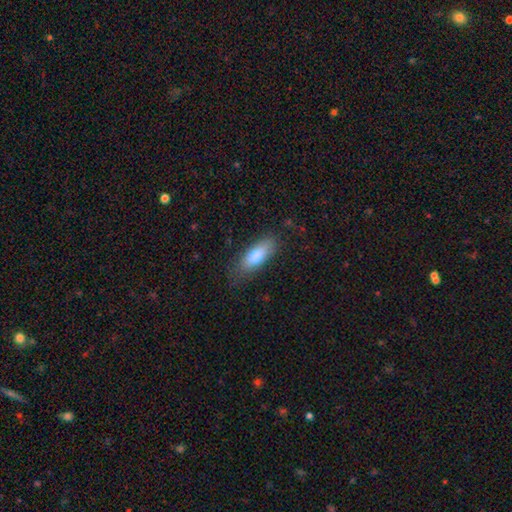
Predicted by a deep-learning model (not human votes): A smooth galaxy with no disk features (78%) that is in between round and cigar-shaped (70%). Merging: none (78%).